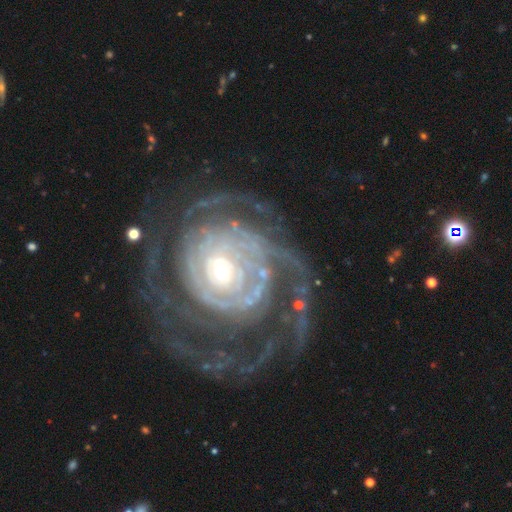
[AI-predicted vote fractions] Q: Smooth or featured?
A: featured or disk (87%); runner-up: star or artifact (6%)
Q: Edge-on disk?
A: no (97%); runner-up: yes (3%)
Q: Bar?
A: no (67%); runner-up: weak (21%)
Q: Spiral arms?
A: yes (93%); runner-up: no (7%)
Q: Spiral winding?
A: tight (74%); runner-up: medium (20%)
Q: Spiral arm count?
A: can't tell (35%); runner-up: 2 (20%)
Q: Bulge size?
A: small (46%); runner-up: moderate (43%)
Q: Merging?
A: none (62%); runner-up: major disturbance (20%)